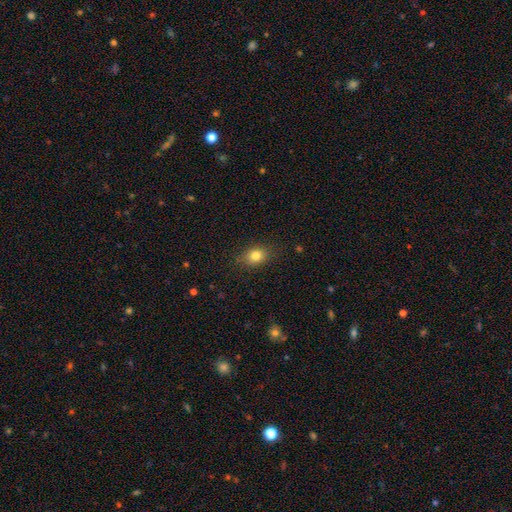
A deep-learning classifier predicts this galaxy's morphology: smooth-or-featured: smooth: 81% | star or artifact: 10% | featured or disk: 8%
  how-rounded: in between: 61% | round: 37% | cigar-shaped: 2%
  merging: none: 83% | minor disturbance: 12% | major disturbance: 3% | merger: 1%